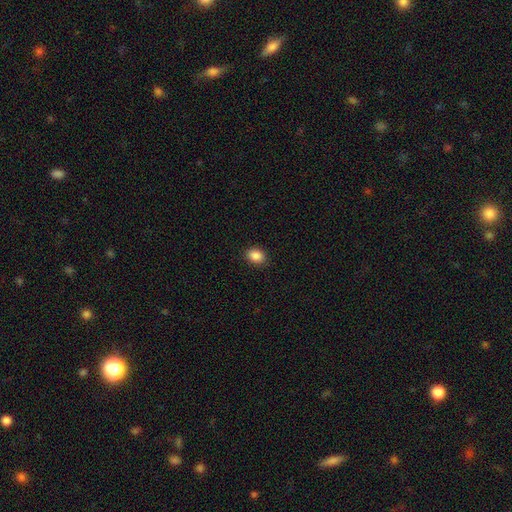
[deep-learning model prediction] Smooth or featured?
  - smooth: 88% *
  - star or artifact: 9%
  - featured or disk: 3%
How rounded?
  - in between: 64% *
  - round: 35%
  - cigar-shaped: 1%
Merging?
  - none: 89% *
  - minor disturbance: 8%
  - major disturbance: 2%
  - merger: 1%